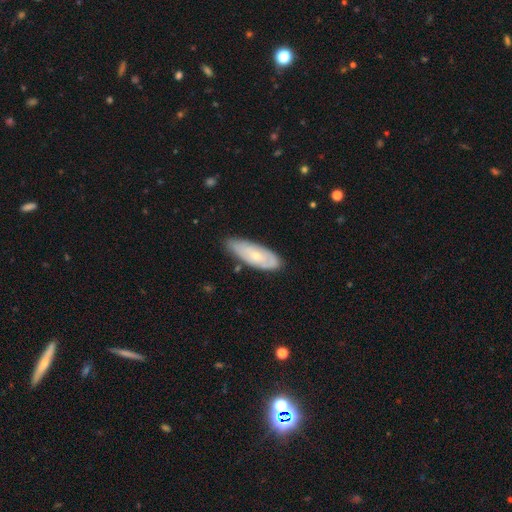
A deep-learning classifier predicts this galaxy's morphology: This is possibly a featured or disk galaxy (48%). Merging: likely none (69%).